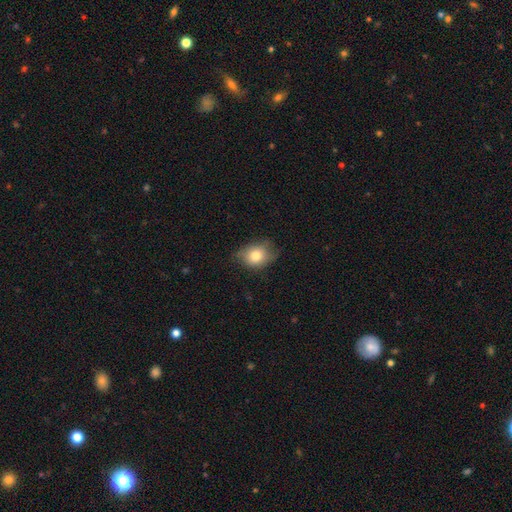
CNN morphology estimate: type=smooth (76%); roundness=in between (56%); merging=none (64%).